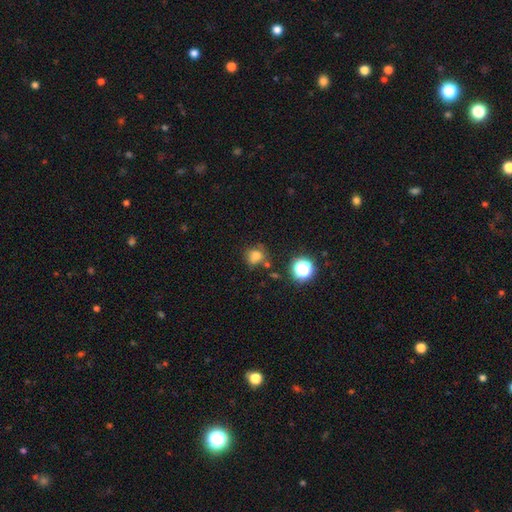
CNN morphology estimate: Smooth or featured? smooth (69%)
How rounded? round (77%)
Merging? none (58%)